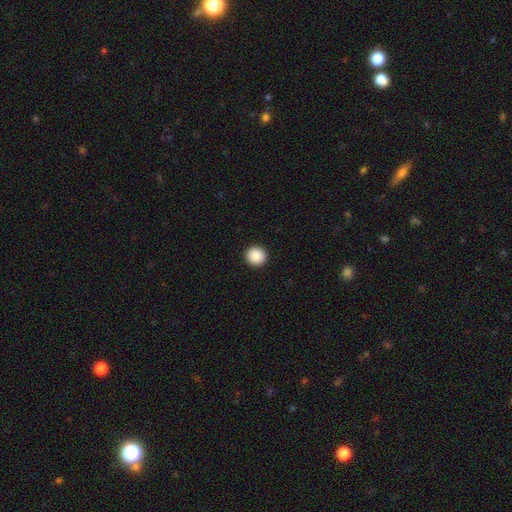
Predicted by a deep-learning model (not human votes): A smooth galaxy with no disk features (89%) that is round (94%).

Vote fractions:
- Smooth or featured? smooth: 89% / star or artifact: 8% / featured or disk: 2%
- How rounded? round: 94% / in between: 5% / cigar-shaped: 1%
- Merging? none: 94% / minor disturbance: 4% / major disturbance: 1% / merger: 1%